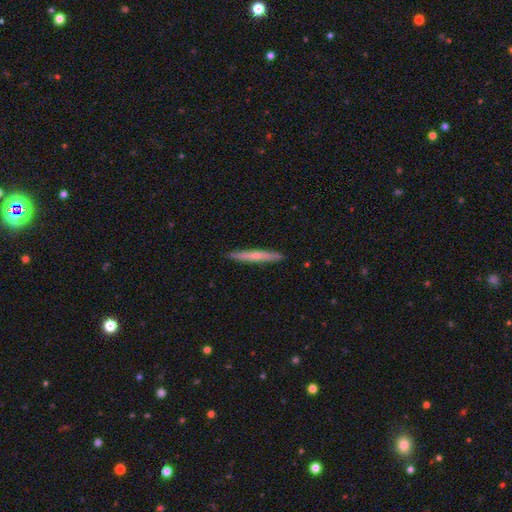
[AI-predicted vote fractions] This appears to be a smooth galaxy with no disk features (54%) that is cigar-shaped (96%). Merging: none (91%).